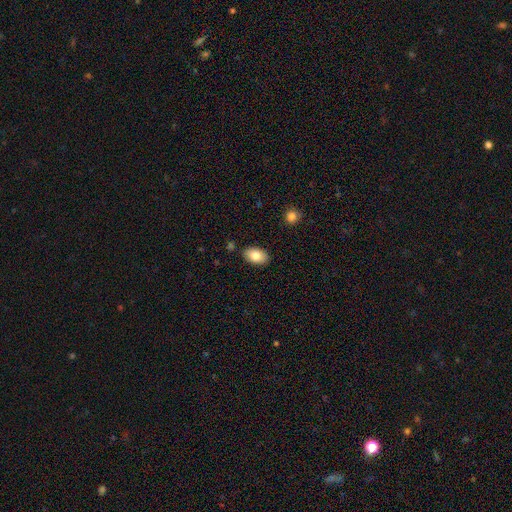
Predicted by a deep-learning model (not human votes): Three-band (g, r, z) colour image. It shows a smooth galaxy with no disk features (83%) that is in between round and cigar-shaped (92%). Merging: none (87%).